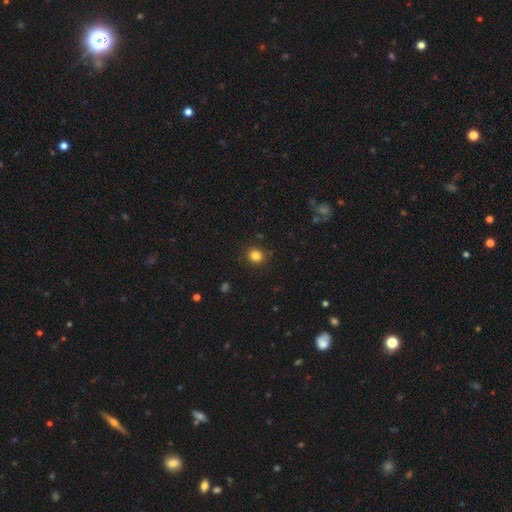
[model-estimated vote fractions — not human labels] Overall: smooth (84%). How rounded: round (87%). Merging: none (89%).